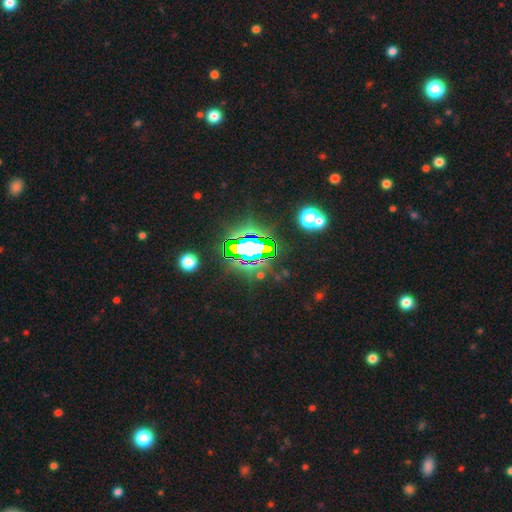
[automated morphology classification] smooth_or_featured: star or artifact (p=0.71) [alt: smooth p=0.16]